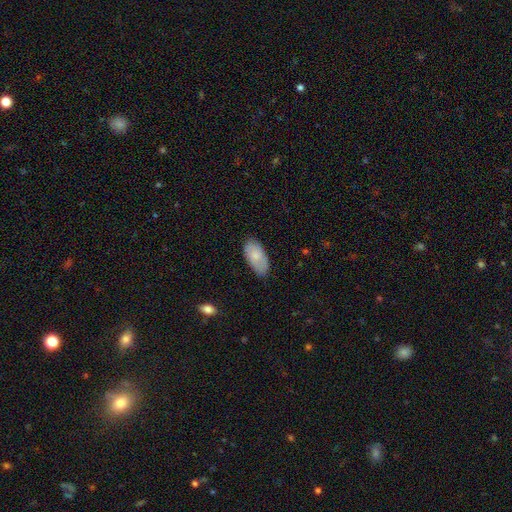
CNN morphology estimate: Smooth or featured?
  - smooth: 78% *
  - featured or disk: 16%
  - star or artifact: 6%
How rounded?
  - in between: 94% *
  - cigar-shaped: 4%
  - round: 2%
Merging?
  - none: 76% *
  - minor disturbance: 20%
  - major disturbance: 4%
  - merger: 1%